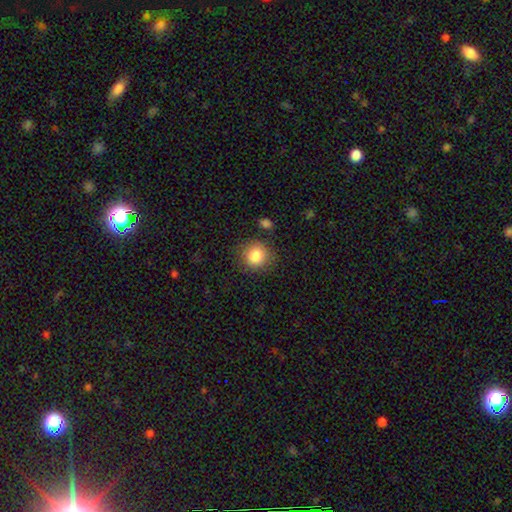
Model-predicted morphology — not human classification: This is clearly a smooth galaxy (84%). How rounded: clearly round (91%). Merging: clearly none (84%).